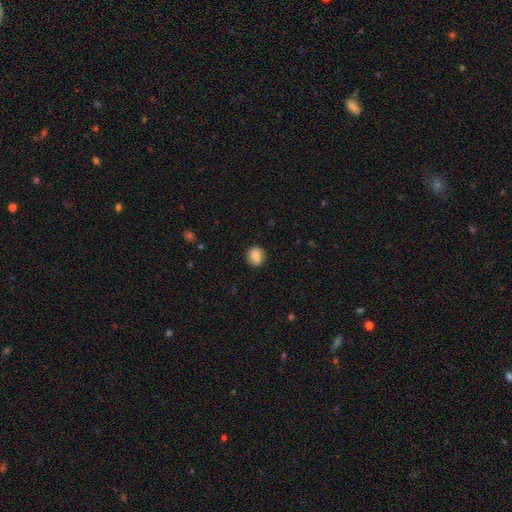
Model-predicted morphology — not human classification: This appears to be a smooth galaxy with no disk features (73%) that is round (76%). Merging: none (84%).